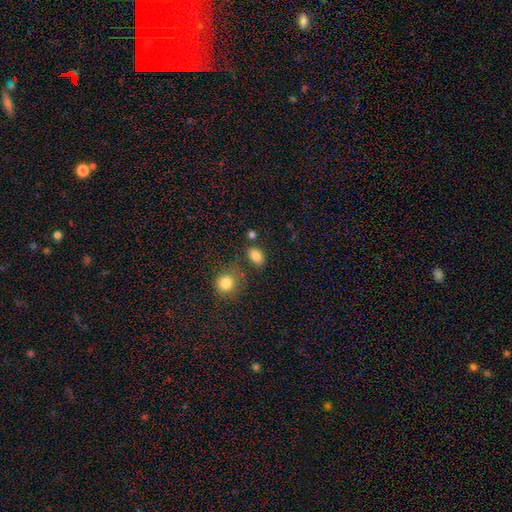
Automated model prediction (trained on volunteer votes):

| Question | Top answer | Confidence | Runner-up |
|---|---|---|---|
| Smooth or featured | smooth | 85% | star or artifact (10%) |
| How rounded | in between | 85% | round (14%) |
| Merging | none | 74% | minor disturbance (13%) |